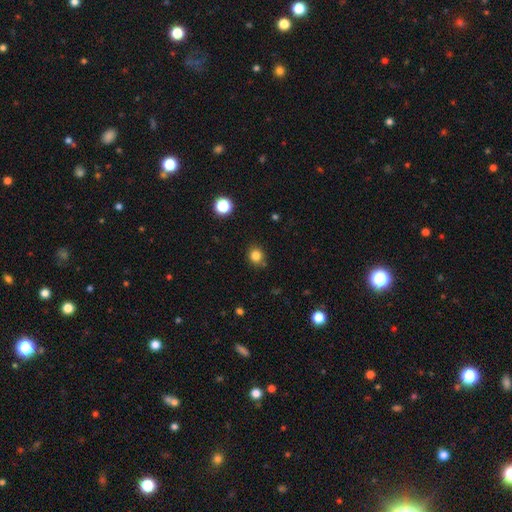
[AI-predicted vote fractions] A smooth galaxy with no disk features (82%) that is round (80%).

Vote fractions:
- Smooth or featured? smooth: 82% / star or artifact: 13% / featured or disk: 5%
- How rounded? round: 80% / in between: 19% / cigar-shaped: 1%
- Merging? none: 82% / minor disturbance: 12% / merger: 3% / major disturbance: 3%